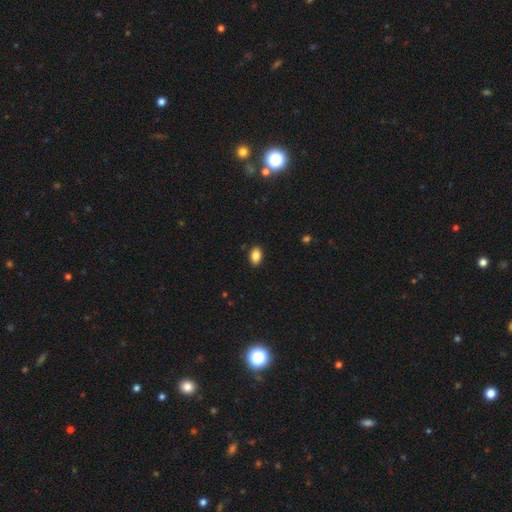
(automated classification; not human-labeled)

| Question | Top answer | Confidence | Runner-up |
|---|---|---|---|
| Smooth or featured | smooth | 86% | star or artifact (8%) |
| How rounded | in between | 89% | round (10%) |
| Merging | none | 89% | minor disturbance (8%) |